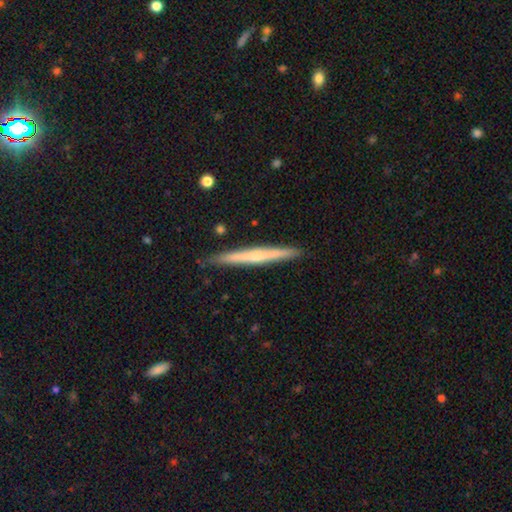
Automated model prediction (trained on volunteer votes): Smooth or featured?
  - featured or disk: 57% *
  - smooth: 37%
  - star or artifact: 6%
Edge-on disk?
  - yes: 97% *
  - no: 3%
Edge-on bulge?
  - rounded: 49% *
  - none: 46%
  - boxy: 5%
Merging?
  - none: 90% *
  - minor disturbance: 8%
  - major disturbance: 1%
  - merger: 1%